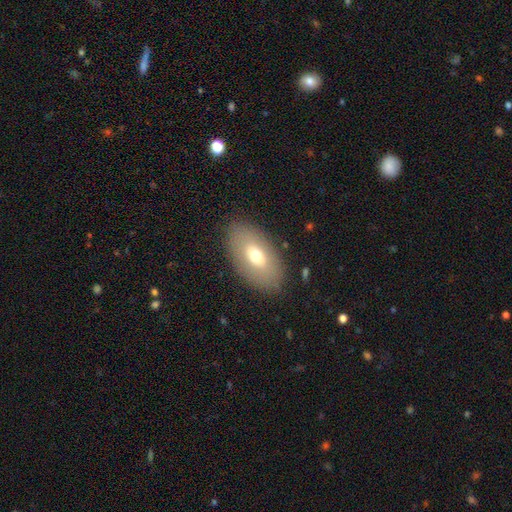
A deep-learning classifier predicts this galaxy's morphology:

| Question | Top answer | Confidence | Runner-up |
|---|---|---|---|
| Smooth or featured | smooth | 64% | featured or disk (28%) |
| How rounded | in between | 92% | round (6%) |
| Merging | none | 85% | minor disturbance (10%) |